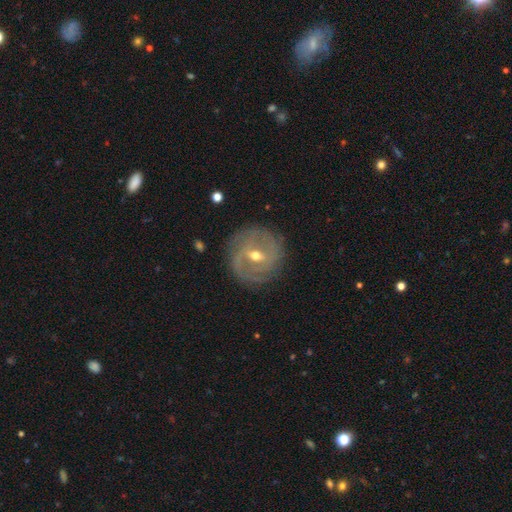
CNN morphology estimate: Q: Smooth or featured?
A: featured or disk (81%); runner-up: smooth (13%)
Q: Edge-on disk?
A: no (95%); runner-up: yes (5%)
Q: Bar?
A: weak (52%); runner-up: strong (31%)
Q: Spiral arms?
A: yes (84%); runner-up: no (16%)
Q: Spiral winding?
A: tight (61%); runner-up: medium (28%)
Q: Spiral arm count?
A: 2 (37%); runner-up: can't tell (33%)
Q: Bulge size?
A: moderate (63%); runner-up: small (34%)
Q: Merging?
A: none (82%); runner-up: minor disturbance (12%)